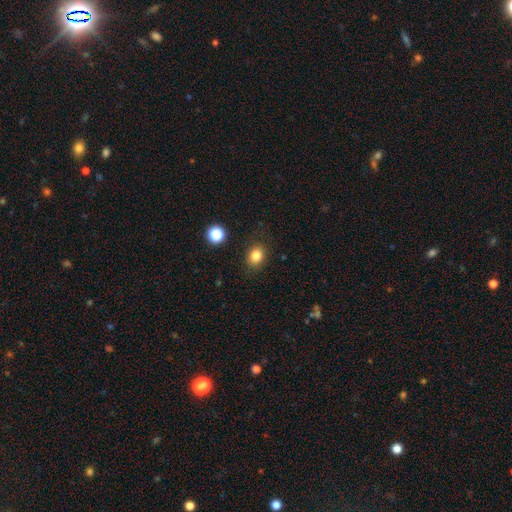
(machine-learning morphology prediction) smooth 82%, star or artifact 12%, featured or disk 6%. Down the decision tree: how rounded — round (53%); merging — none (86%).